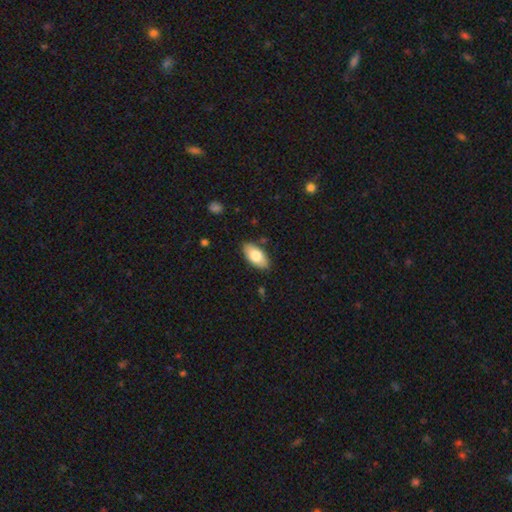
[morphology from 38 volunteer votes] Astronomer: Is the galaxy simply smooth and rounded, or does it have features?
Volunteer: smooth — 76%.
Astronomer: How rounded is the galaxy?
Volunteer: in between — 93%.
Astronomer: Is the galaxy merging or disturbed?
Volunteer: none — 97%.